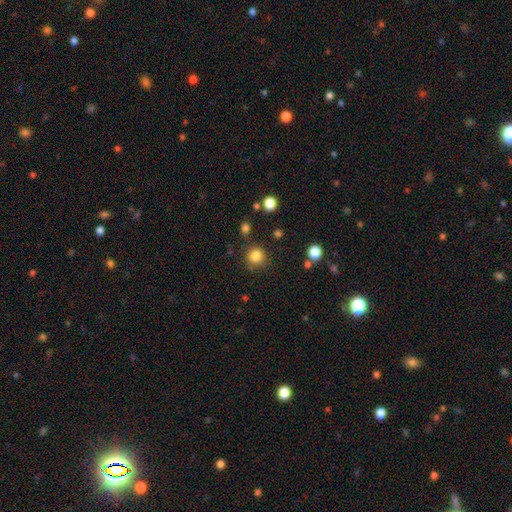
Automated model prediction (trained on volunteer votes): Q: Smooth or featured?
A: smooth (84%); runner-up: star or artifact (12%)
Q: How rounded?
A: round (88%); runner-up: in between (11%)
Q: Merging?
A: none (82%); runner-up: minor disturbance (11%)